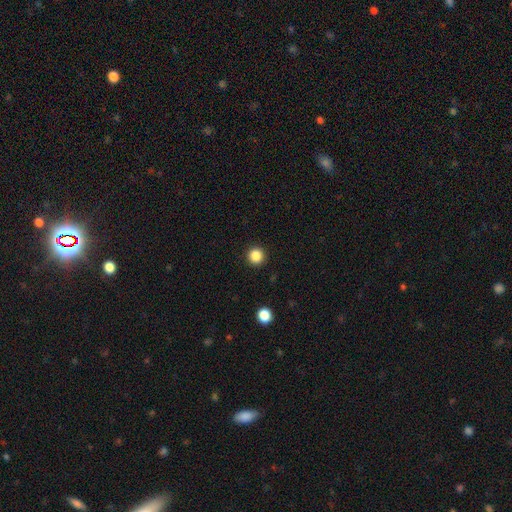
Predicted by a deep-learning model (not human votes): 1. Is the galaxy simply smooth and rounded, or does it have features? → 85% smooth, 12% star or artifact, 3% featured or disk.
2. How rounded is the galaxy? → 95% round, 4% in between, 1% cigar-shaped.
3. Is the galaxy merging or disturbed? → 92% none, 5% minor disturbance, 2% major disturbance, 1% merger.